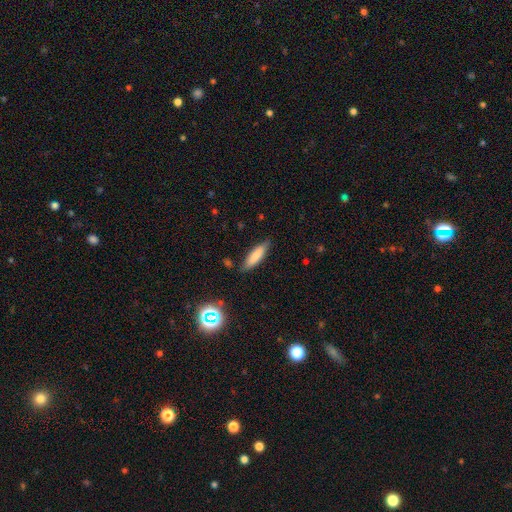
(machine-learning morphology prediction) The model was most divided on "how rounded": cigar-shaped: 62%, in between: 37%, round: 2%. More confident: merging — none (82%); smooth or featured — smooth (80%).